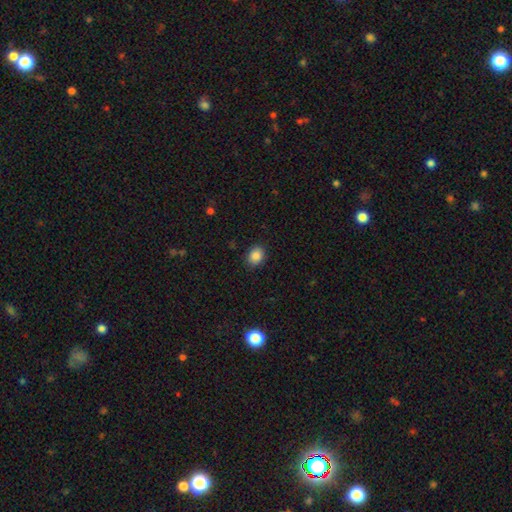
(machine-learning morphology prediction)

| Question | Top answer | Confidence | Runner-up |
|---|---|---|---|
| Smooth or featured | smooth | 87% | star or artifact (10%) |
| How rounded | in between | 51% | round (48%) |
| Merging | none | 88% | minor disturbance (9%) |